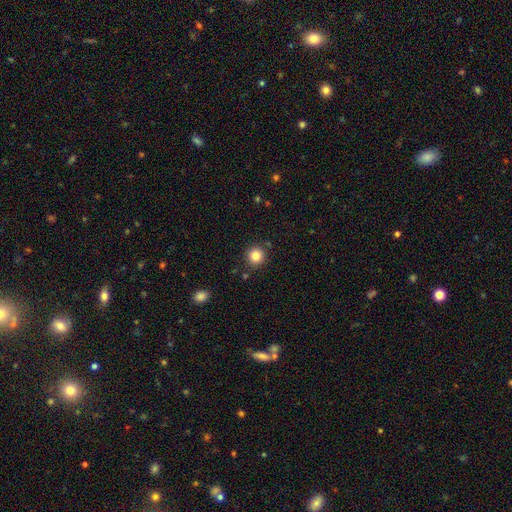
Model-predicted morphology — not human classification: type=smooth (84%); roundness=round (94%); merging=none (88%).